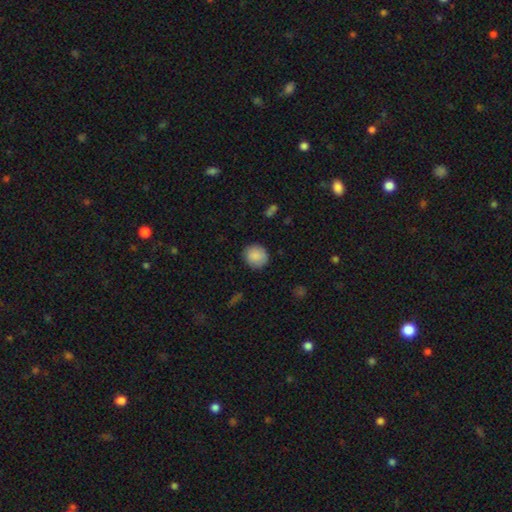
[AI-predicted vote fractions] Smooth or featured?
  - smooth: 88% *
  - star or artifact: 7%
  - featured or disk: 4%
How rounded?
  - round: 88% *
  - in between: 11%
  - cigar-shaped: 1%
Merging?
  - none: 88% *
  - minor disturbance: 9%
  - major disturbance: 2%
  - merger: 1%